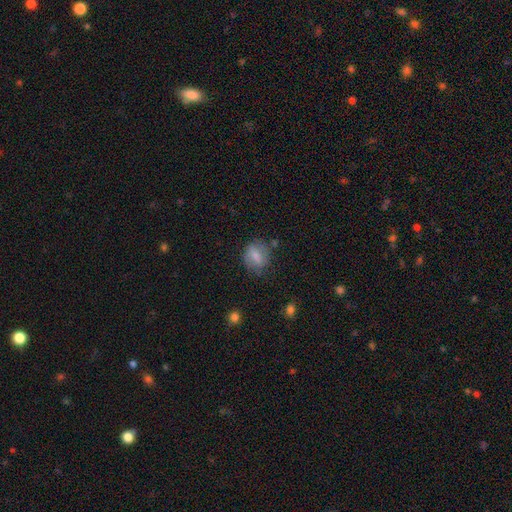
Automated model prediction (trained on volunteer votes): This is likely a smooth galaxy (70%). How rounded: possibly round (54%). Merging: likely none (69%).